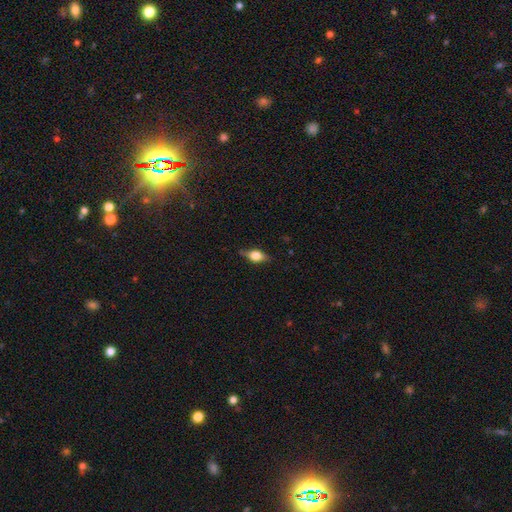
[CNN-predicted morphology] This appears to be a smooth galaxy with no disk features (54%) that is in between round and cigar-shaped (74%). Merging: none (76%).